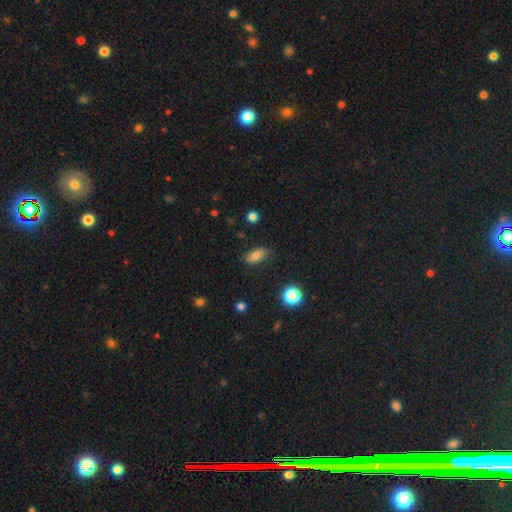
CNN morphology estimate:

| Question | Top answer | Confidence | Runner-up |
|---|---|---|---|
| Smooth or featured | smooth | 75% | featured or disk (15%) |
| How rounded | in between | 86% | cigar-shaped (7%) |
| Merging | none | 84% | minor disturbance (12%) |